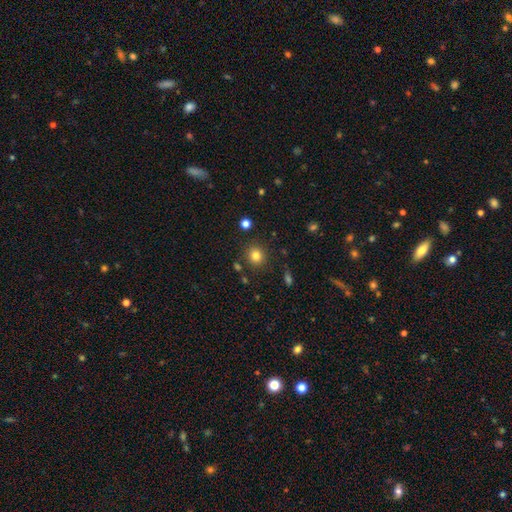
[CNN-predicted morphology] Smooth or featured? smooth (81%)
How rounded? round (88%)
Merging? none (87%)